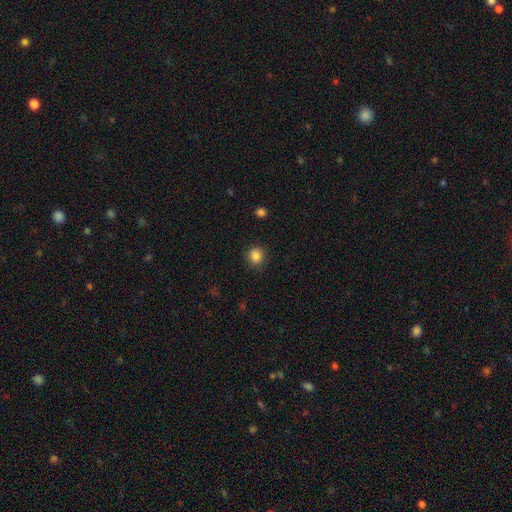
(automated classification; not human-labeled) The model was most divided on "how rounded": round: 85%, in between: 14%, cigar-shaped: 1%. More confident: merging — none (88%); smooth or featured — smooth (86%).